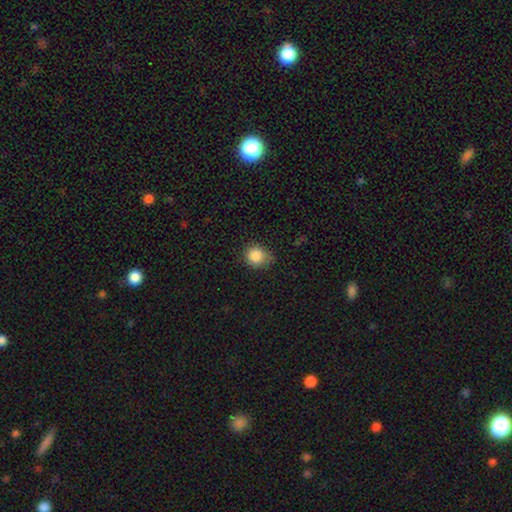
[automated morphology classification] type=smooth (86%); roundness=round (77%); merging=none (65%).